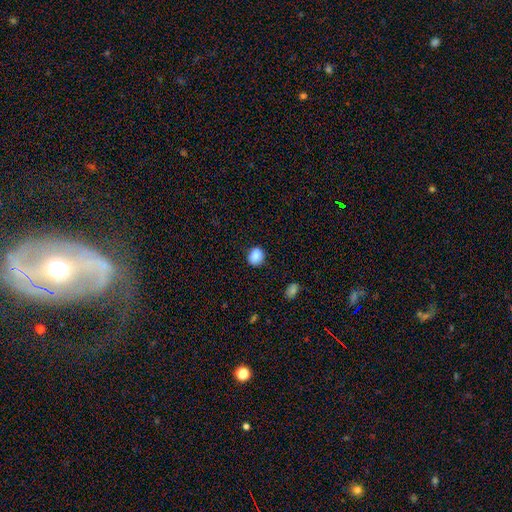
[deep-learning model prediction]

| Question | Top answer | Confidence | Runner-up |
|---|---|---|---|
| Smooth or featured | smooth | 88% | star or artifact (9%) |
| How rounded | round | 65% | in between (34%) |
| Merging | none | 85% | minor disturbance (11%) |